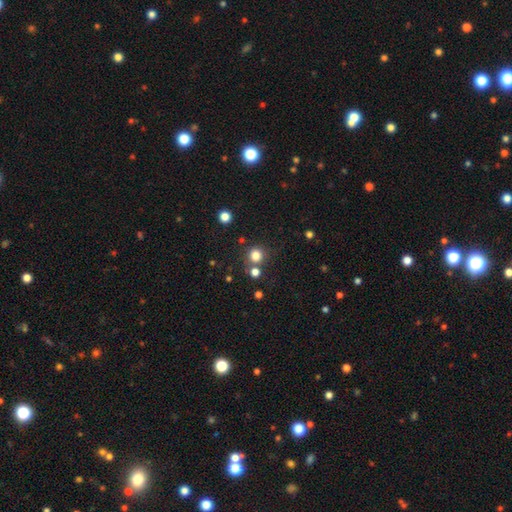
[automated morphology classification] Q: Smooth or featured?
A: smooth (80%); runner-up: star or artifact (15%)
Q: How rounded?
A: round (91%); runner-up: in between (8%)
Q: Merging?
A: none (75%); runner-up: merger (13%)